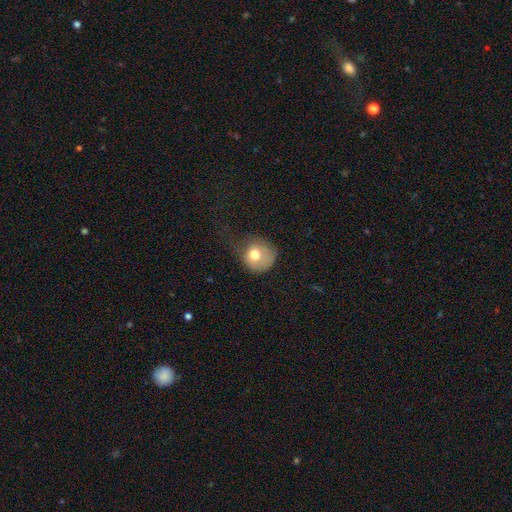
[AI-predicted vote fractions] This appears to be a smooth galaxy with no disk features (71%) that is round (79%). Merging: none (34%).